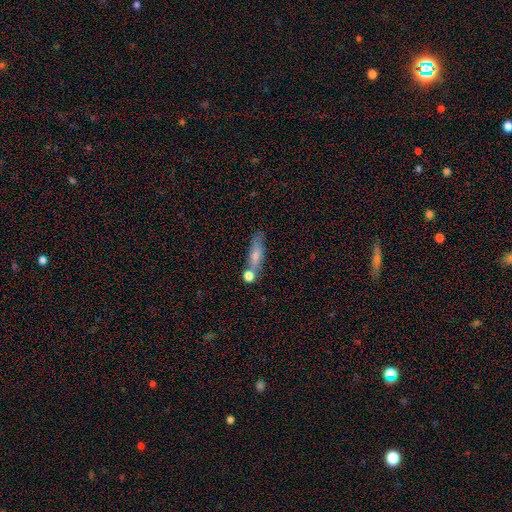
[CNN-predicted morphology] A smooth galaxy with no disk features (65%) that is cigar-shaped (61%).

Vote fractions:
- Smooth or featured? smooth: 65% / featured or disk: 26% / star or artifact: 9%
- How rounded? cigar-shaped: 61% / in between: 34% / round: 5%
- Merging? none: 57% / merger: 19% / minor disturbance: 17% / major disturbance: 7%